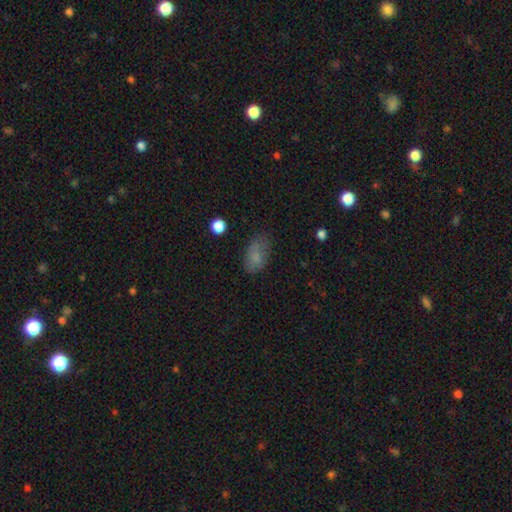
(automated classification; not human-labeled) Smooth or featured?
  - smooth: 78% *
  - star or artifact: 11%
  - featured or disk: 11%
How rounded?
  - in between: 90% *
  - round: 8%
  - cigar-shaped: 2%
Merging?
  - none: 60% *
  - minor disturbance: 27%
  - major disturbance: 11%
  - merger: 2%